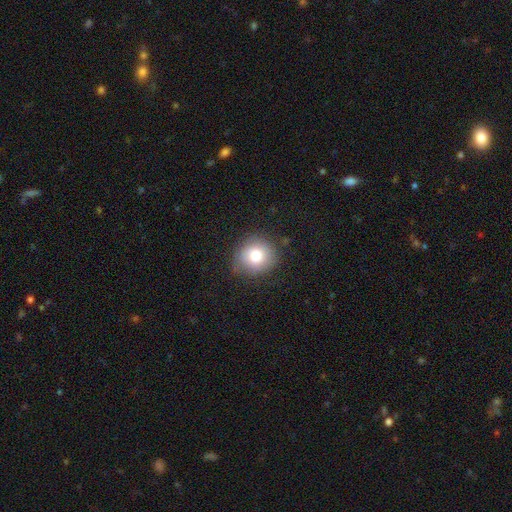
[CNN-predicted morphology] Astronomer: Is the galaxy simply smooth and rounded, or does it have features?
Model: smooth — 79%.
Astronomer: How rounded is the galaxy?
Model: round — 83%.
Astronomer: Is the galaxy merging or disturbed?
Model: none — 77%.